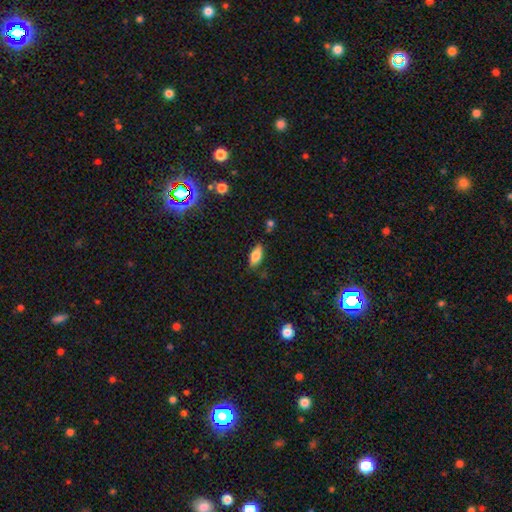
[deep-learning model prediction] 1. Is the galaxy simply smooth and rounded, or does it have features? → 78% smooth, 14% featured or disk, 8% star or artifact.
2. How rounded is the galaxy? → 85% in between, 12% cigar-shaped, 3% round.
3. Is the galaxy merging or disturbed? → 78% none, 16% minor disturbance, 3% major disturbance, 3% merger.